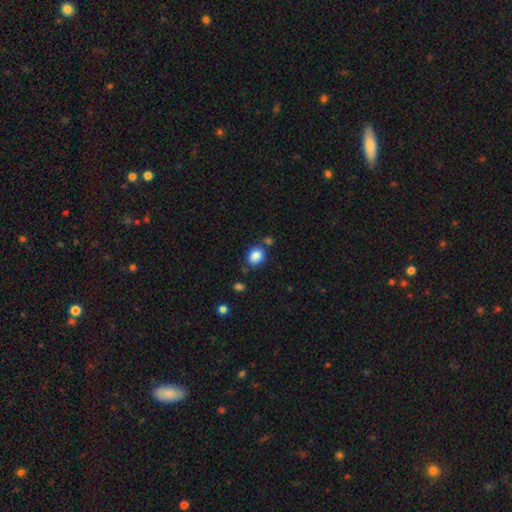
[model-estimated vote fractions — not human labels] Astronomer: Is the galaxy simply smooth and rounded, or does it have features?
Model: smooth — 87%.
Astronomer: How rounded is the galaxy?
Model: round — 53% (runner-up: in between, 46%).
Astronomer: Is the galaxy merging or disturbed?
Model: none — 71%.